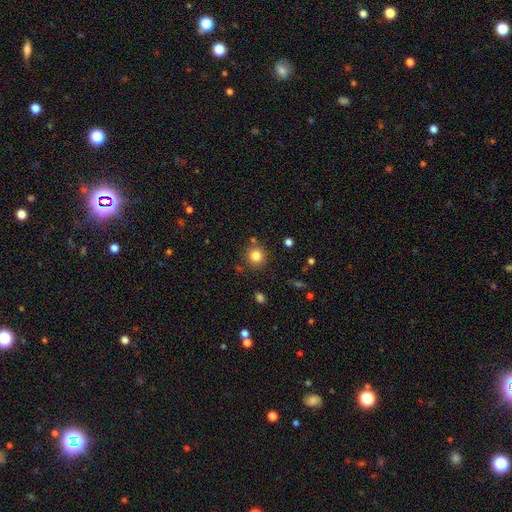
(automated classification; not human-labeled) smooth_or_featured: smooth (p=0.82) [alt: star or artifact p=0.11]
how_rounded: round (p=0.90) [alt: in between p=0.09]
merging: none (p=0.83) [alt: minor disturbance p=0.09]